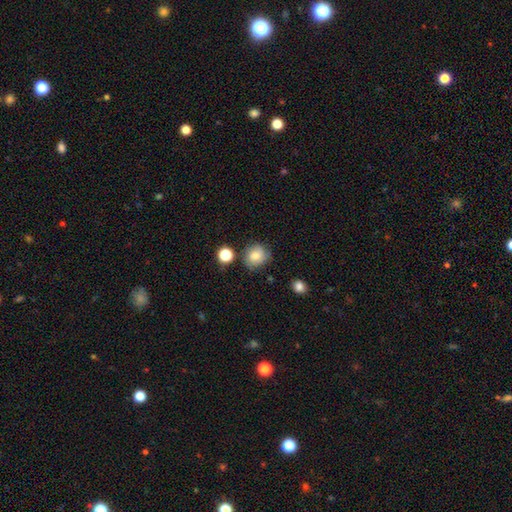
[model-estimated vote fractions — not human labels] Q: Smooth or featured?
A: smooth (72%); runner-up: featured or disk (17%)
Q: How rounded?
A: round (76%); runner-up: in between (23%)
Q: Merging?
A: none (71%); runner-up: minor disturbance (19%)